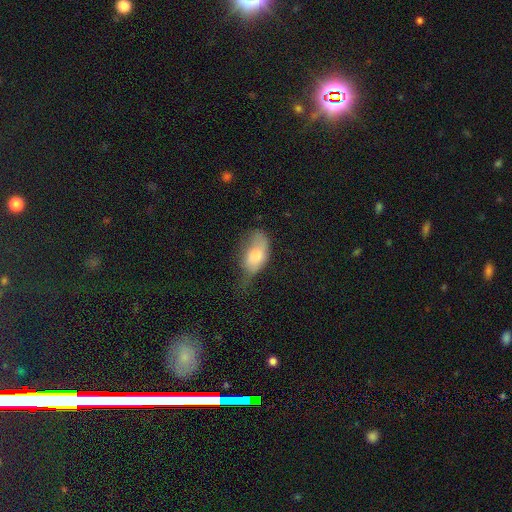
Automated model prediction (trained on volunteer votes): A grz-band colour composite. It shows a smooth galaxy with no disk features (71%) that is in between round and cigar-shaped (90%). Merging: minor disturbance (38%).